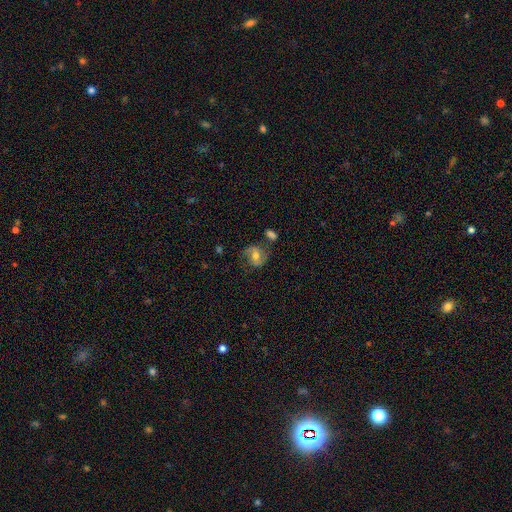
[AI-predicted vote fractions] smooth_or_featured: featured or disk (p=0.58) [alt: smooth p=0.33]
disk_edge_on: no (p=0.96) [alt: yes p=0.04]
bar: no (p=0.46) [alt: weak p=0.38]
has_spiral_arms: yes (p=0.84) [alt: no p=0.16]
bulge_size: moderate (p=0.72) [alt: small p=0.16]
merging: none (p=0.63) [alt: minor disturbance p=0.20]